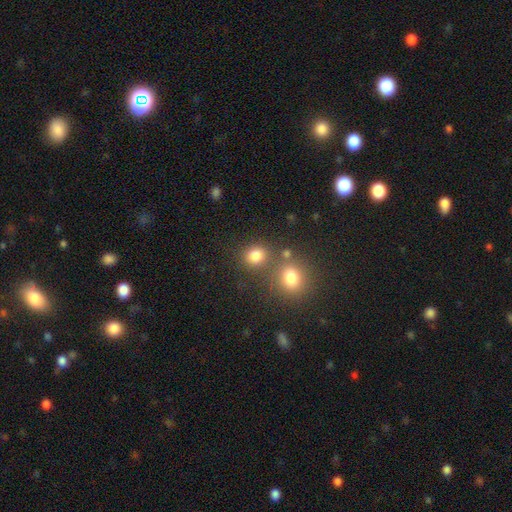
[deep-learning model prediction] The model was most divided on "merging": none: 65%, merger: 22%, minor disturbance: 9%, major disturbance: 4%. More confident: smooth or featured — smooth (80%); how rounded — round (76%).